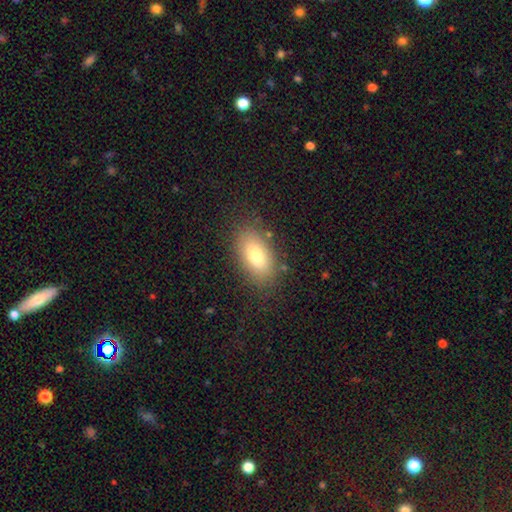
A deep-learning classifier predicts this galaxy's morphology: Smooth or featured?
  - smooth: 76% *
  - featured or disk: 15%
  - star or artifact: 9%
How rounded?
  - in between: 91% *
  - round: 6%
  - cigar-shaped: 3%
Merging?
  - none: 82% *
  - minor disturbance: 12%
  - major disturbance: 4%
  - merger: 2%